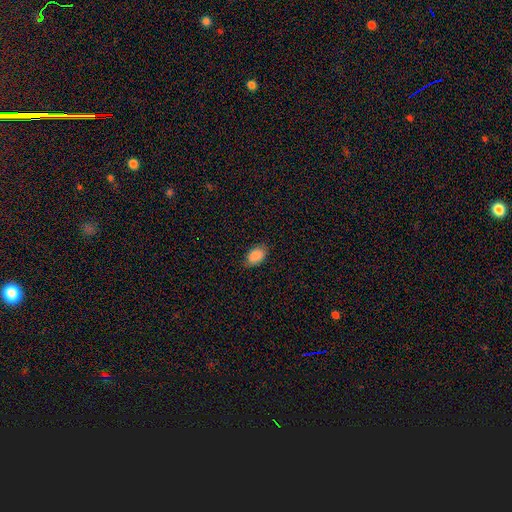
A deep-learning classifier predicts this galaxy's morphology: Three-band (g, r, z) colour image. It shows a smooth galaxy with no disk features (90%) that is in between round and cigar-shaped (90%). Merging: none (84%).